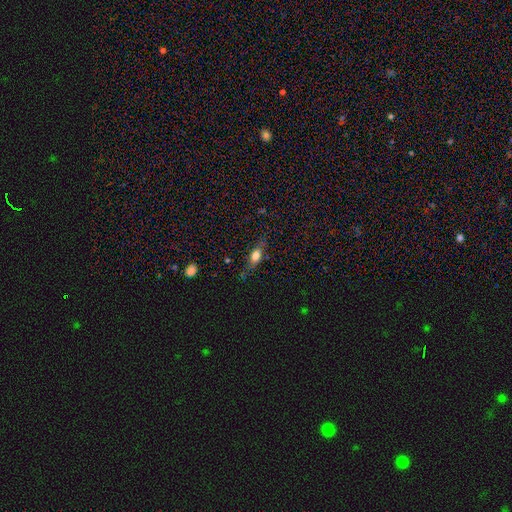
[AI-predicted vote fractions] This is likely a smooth galaxy (65%). How rounded: likely in between (63%). Merging: likely none (69%).